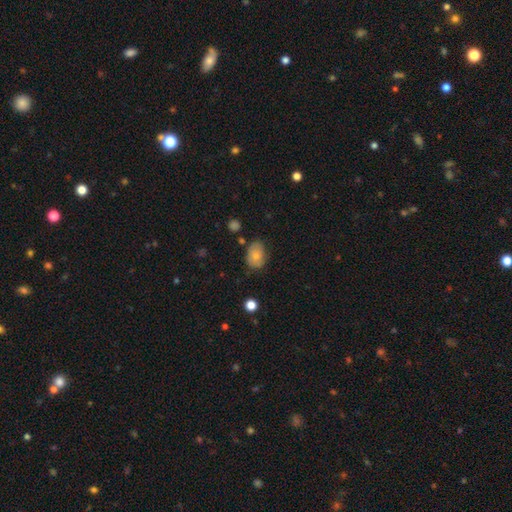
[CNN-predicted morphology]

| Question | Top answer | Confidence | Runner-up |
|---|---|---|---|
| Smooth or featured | smooth | 75% | featured or disk (17%) |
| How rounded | in between | 75% | round (24%) |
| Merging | none | 64% | minor disturbance (28%) |